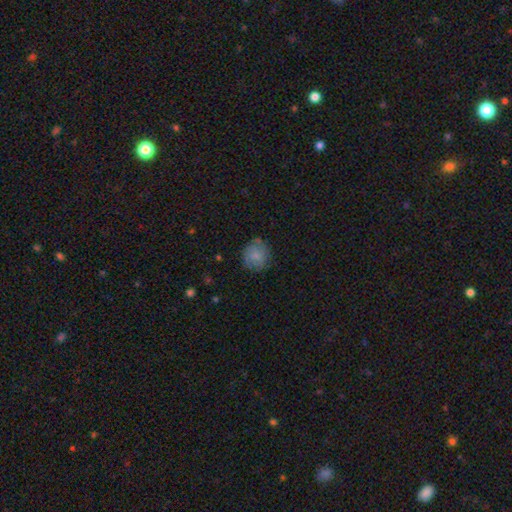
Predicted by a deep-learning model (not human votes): Smooth or featured?
  - smooth: 75% *
  - featured or disk: 17%
  - star or artifact: 8%
How rounded?
  - round: 85% *
  - in between: 14%
  - cigar-shaped: 1%
Merging?
  - none: 73% *
  - minor disturbance: 19%
  - major disturbance: 5%
  - merger: 2%